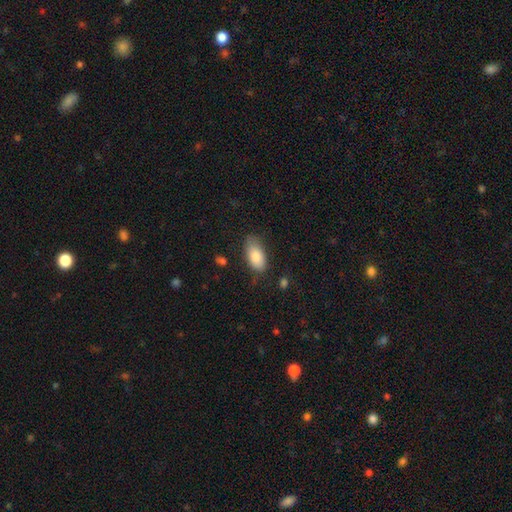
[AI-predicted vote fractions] Q: Smooth or featured?
A: smooth (82%); runner-up: featured or disk (12%)
Q: How rounded?
A: in between (92%); runner-up: cigar-shaped (5%)
Q: Merging?
A: none (71%); runner-up: minor disturbance (23%)